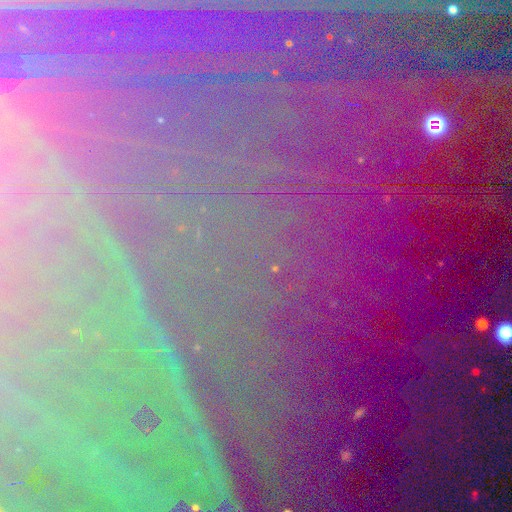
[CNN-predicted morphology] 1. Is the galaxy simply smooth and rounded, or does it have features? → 81% star or artifact, 10% smooth, 9% featured or disk.